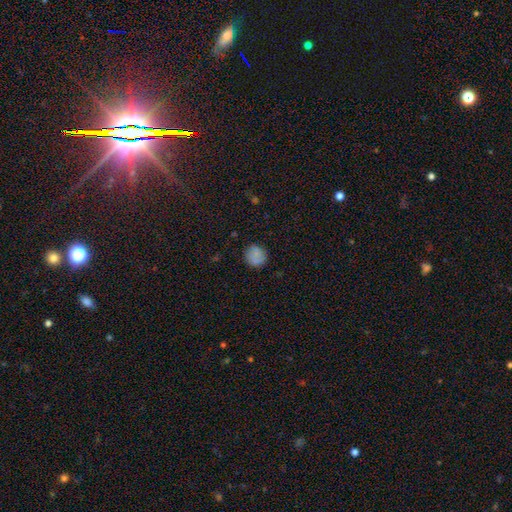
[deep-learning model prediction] Smooth or featured? Predicted: smooth (p=0.83). How rounded? Predicted: round (p=0.89). Merging? Predicted: none (p=0.86).